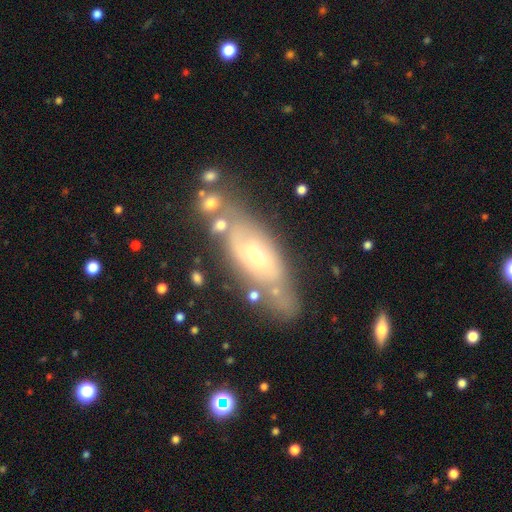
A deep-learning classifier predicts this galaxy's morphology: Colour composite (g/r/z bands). It shows a featured or disk galaxy (63%). Merging: none (65%).